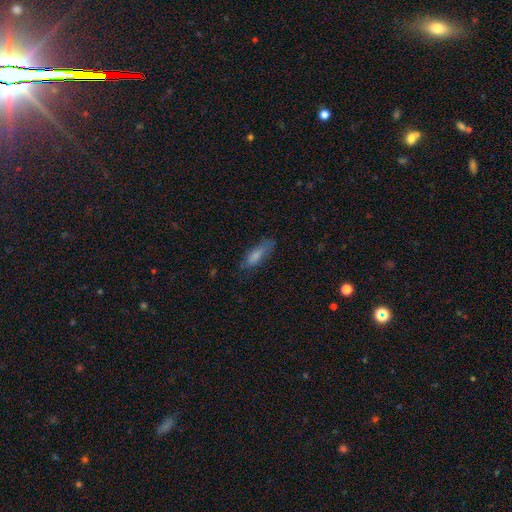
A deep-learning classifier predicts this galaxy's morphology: A smooth galaxy with no disk features (77%) that is cigar-shaped (49%, tied with in between).

Vote fractions:
- Smooth or featured? smooth: 77% / featured or disk: 16% / star or artifact: 7%
- How rounded? cigar-shaped: 49% (tied) / in between: 49% (tied) / round: 2%
- Merging? none: 68% / minor disturbance: 23% / major disturbance: 7% / merger: 2%